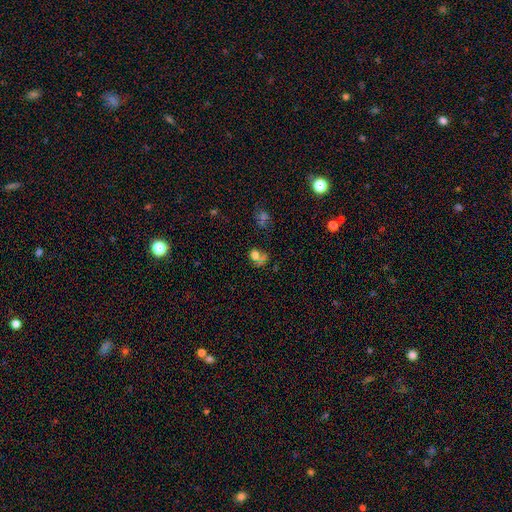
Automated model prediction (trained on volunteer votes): Morphology: type=smooth (62%); roundness=round (60%); merging=none (43%).